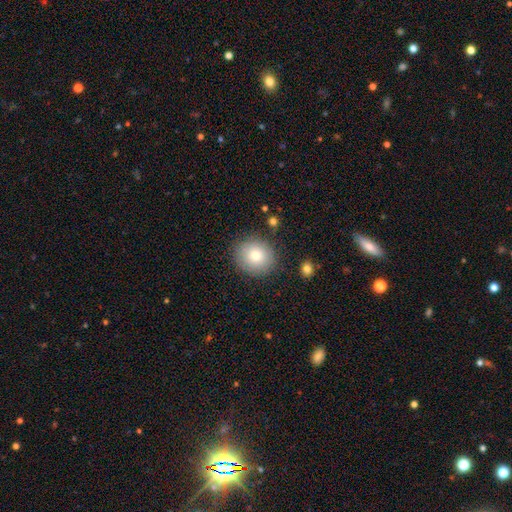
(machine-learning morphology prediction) type=smooth (78%); roundness=round (83%); merging=none (86%).